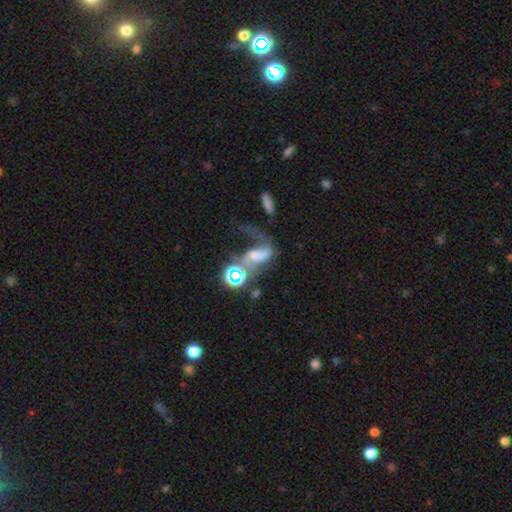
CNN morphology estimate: smooth-or-featured: featured or disk: 63% | smooth: 19% | star or artifact: 18%
  disk-edge-on: no: 95% | yes: 5%
    bar: no: 50% | weak: 33% | strong: 17%
    has-spiral-arms: yes: 82% | no: 18%
    bulge-size: moderate: 37% | small: 36% | none: 15% | large: 9% | dominant: 3%
  merging: major disturbance: 34% | merger: 33% | none: 22% | minor disturbance: 11%